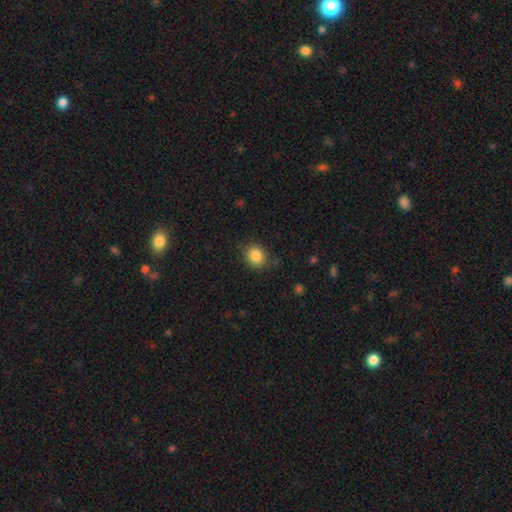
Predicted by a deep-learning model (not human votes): Q: Smooth or featured?
A: smooth (85%); runner-up: star or artifact (10%)
Q: How rounded?
A: round (76%); runner-up: in between (23%)
Q: Merging?
A: none (79%); runner-up: minor disturbance (15%)